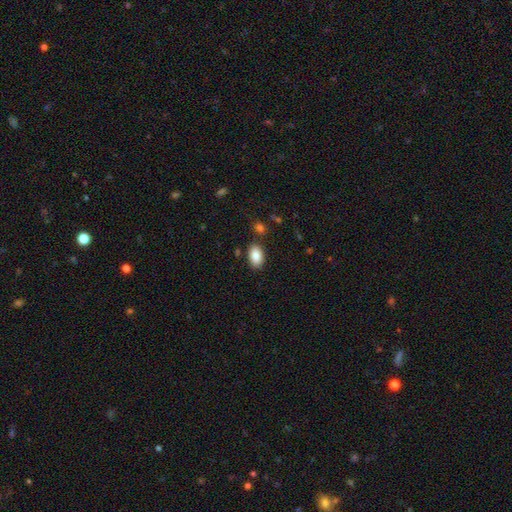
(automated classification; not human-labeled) Smooth or featured? Predicted: smooth (p=0.86). How rounded? Predicted: in between (p=0.92). Merging? Predicted: none (p=0.85).